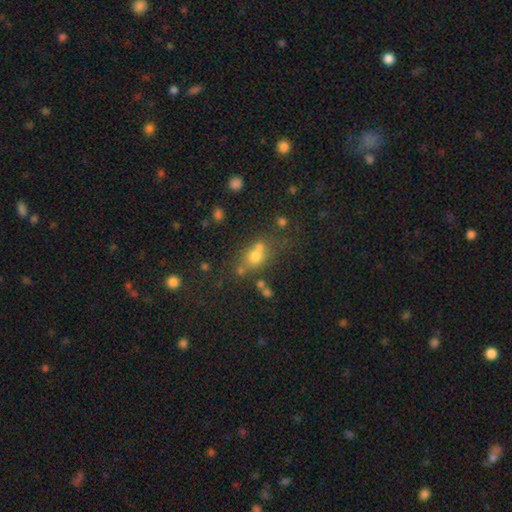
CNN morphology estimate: The model was most divided on "merging": none: 47%, merger: 33%, minor disturbance: 13%, major disturbance: 7%. More confident: smooth or featured — smooth (64%); how rounded — round (63%).